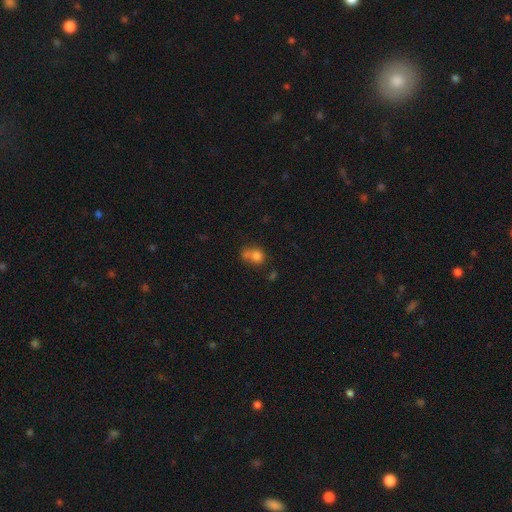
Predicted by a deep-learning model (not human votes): smooth_or_featured: smooth (p=0.77) [alt: star or artifact p=0.12]
how_rounded: round (p=0.70) [alt: in between p=0.29]
merging: merger (p=0.41) [alt: none p=0.38]